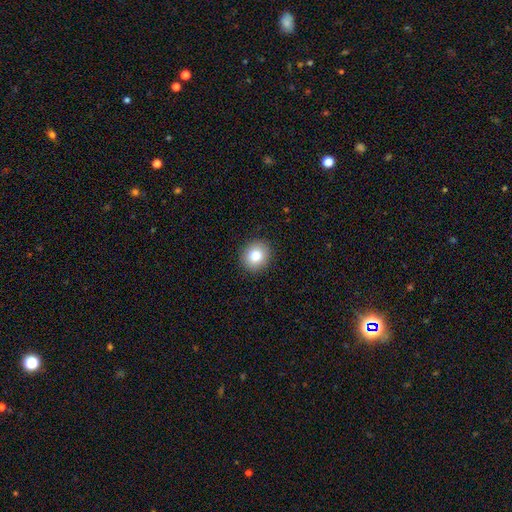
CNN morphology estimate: Smooth or featured?
  - smooth: 82% *
  - star or artifact: 9%
  - featured or disk: 9%
How rounded?
  - round: 78% *
  - in between: 21%
  - cigar-shaped: 1%
Merging?
  - none: 91% *
  - minor disturbance: 6%
  - major disturbance: 2%
  - merger: 1%